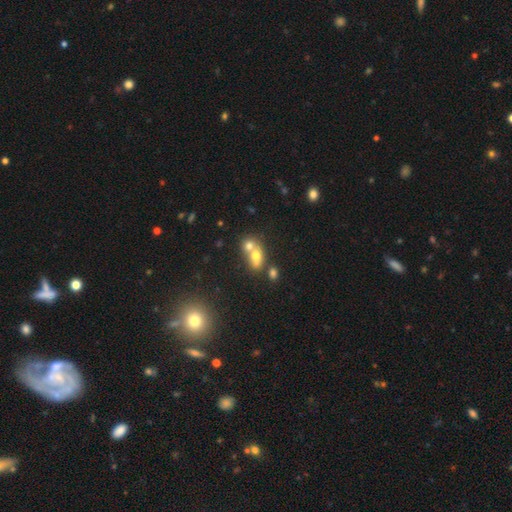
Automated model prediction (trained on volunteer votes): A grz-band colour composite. It shows a smooth galaxy with no disk features (67%) that is in between round and cigar-shaped (57%). Merging: merger (68%).